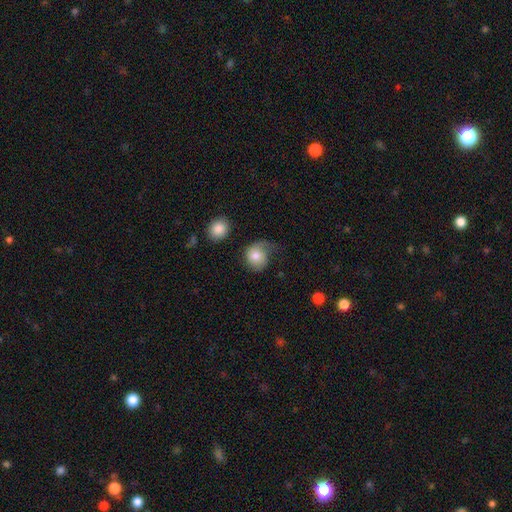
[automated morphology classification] A smooth galaxy with no disk features (67%) that is round (74%). Merging: none (34%).